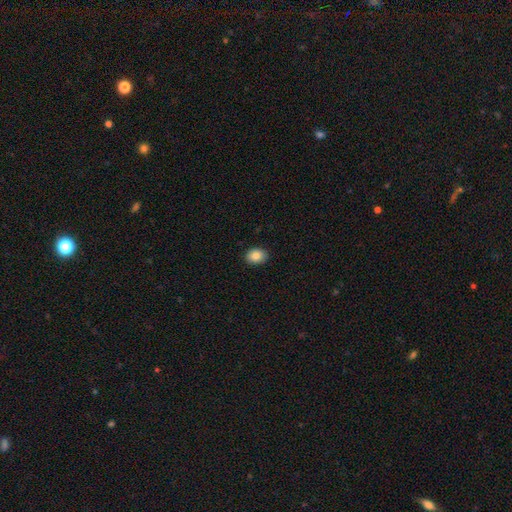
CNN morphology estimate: The model was most divided on "how rounded": in between: 67%, round: 32%, cigar-shaped: 1%. More confident: merging — none (90%); smooth or featured — smooth (86%).